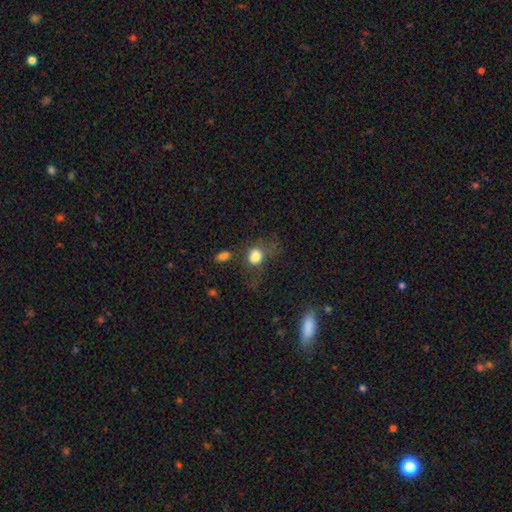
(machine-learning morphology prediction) This appears to be a smooth galaxy with no disk features (78%) that is round (55%). Merging: none (40%).